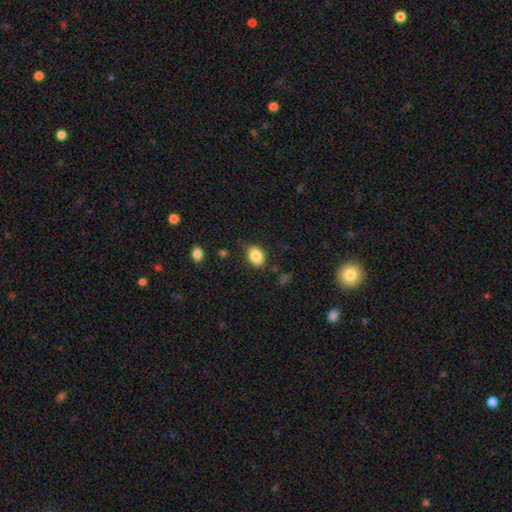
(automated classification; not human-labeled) Morphology: type=smooth (86%); roundness=in between (75%); merging=none (81%).